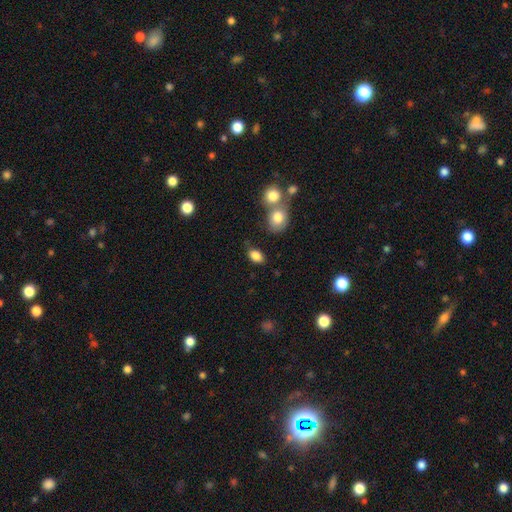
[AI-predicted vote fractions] Smooth or featured: smooth — 85% (star or artifact — 8%)
How rounded: in between — 86% (round — 12%)
Merging: none — 72% (minor disturbance — 15%)